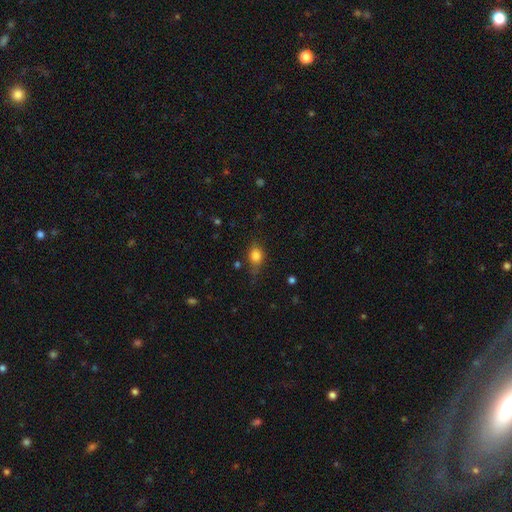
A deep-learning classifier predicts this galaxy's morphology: A smooth galaxy with no disk features (80%) that is in between round and cigar-shaped (57%).

Vote fractions:
- Smooth or featured? smooth: 80% / star or artifact: 10% / featured or disk: 10%
- How rounded? in between: 57% / round: 40% / cigar-shaped: 3%
- Merging? none: 63% / minor disturbance: 27% / major disturbance: 8% / merger: 2%